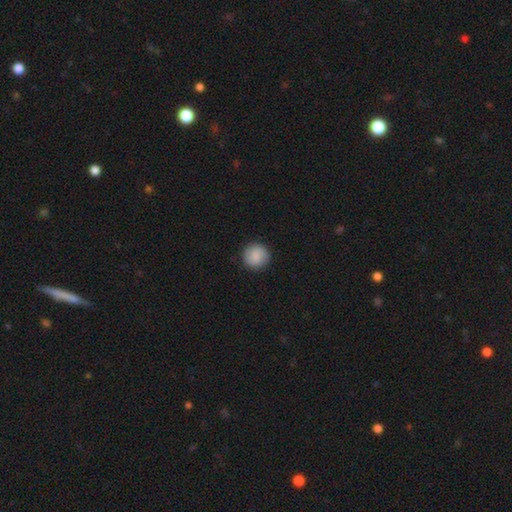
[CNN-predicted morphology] Smooth or featured: smooth — 85% (featured or disk — 7%)
How rounded: round — 94% (in between — 5%)
Merging: none — 91% (minor disturbance — 7%)